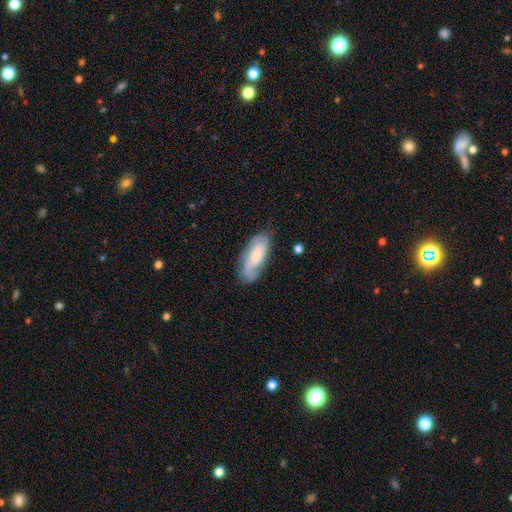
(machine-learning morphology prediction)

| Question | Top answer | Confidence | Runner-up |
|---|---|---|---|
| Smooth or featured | featured or disk | 52% | smooth (41%) |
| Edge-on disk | no | 89% | yes (11%) |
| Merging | none | 66% | minor disturbance (23%) |